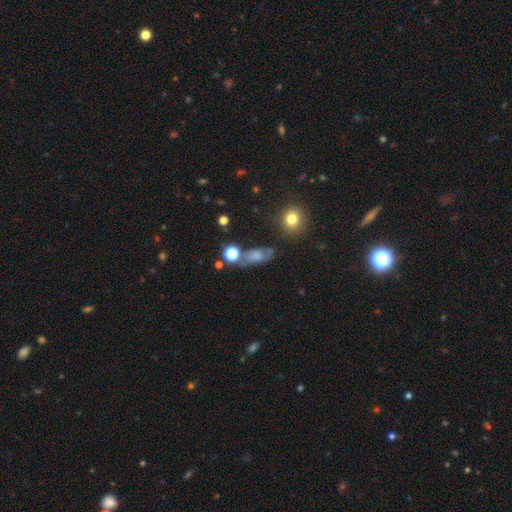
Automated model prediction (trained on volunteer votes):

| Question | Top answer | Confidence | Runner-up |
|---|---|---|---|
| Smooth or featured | smooth | 56% | featured or disk (28%) |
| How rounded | in between | 64% | round (19%) |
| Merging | none | 52% | minor disturbance (22%) |